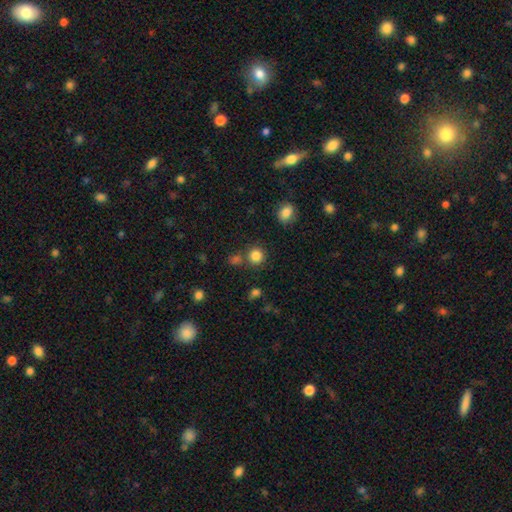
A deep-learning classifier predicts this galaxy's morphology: smooth-or-featured: smooth: 83% | star or artifact: 12% | featured or disk: 5%
  how-rounded: round: 91% | in between: 8% | cigar-shaped: 1%
  merging: none: 77% | merger: 11% | minor disturbance: 8% | major disturbance: 3%